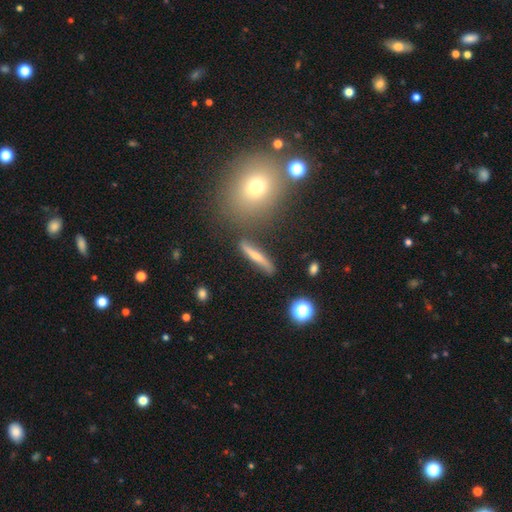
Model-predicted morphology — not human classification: type=featured or disk (49%); merging=none (72%).